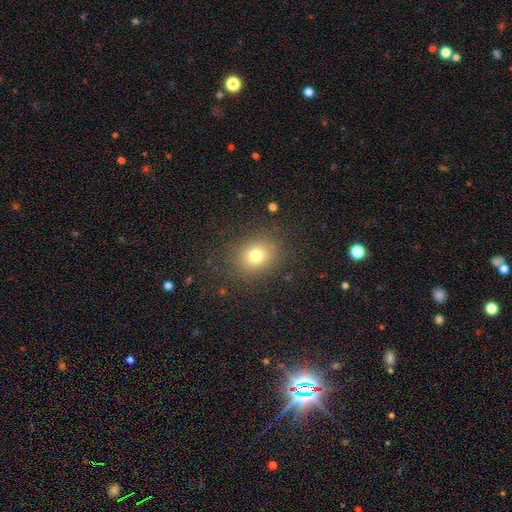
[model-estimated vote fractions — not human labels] smooth 75%, star or artifact 15%, featured or disk 10%. Down the decision tree: how rounded — round (68%); merging — none (85%).